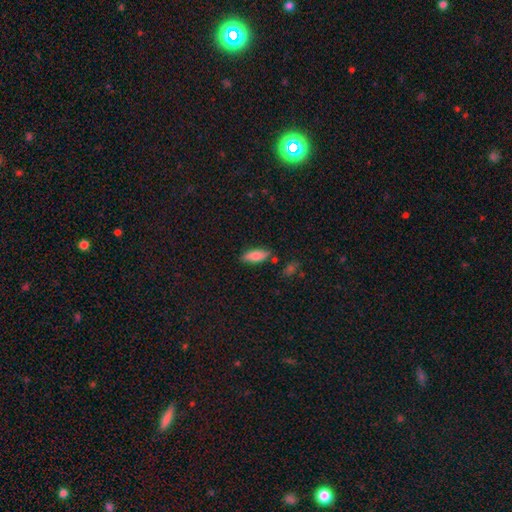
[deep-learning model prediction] smooth_or_featured: smooth (p=0.80) [alt: featured or disk p=0.14]
how_rounded: in between (p=0.75) [alt: cigar-shaped p=0.23]
merging: none (p=0.80) [alt: minor disturbance p=0.14]